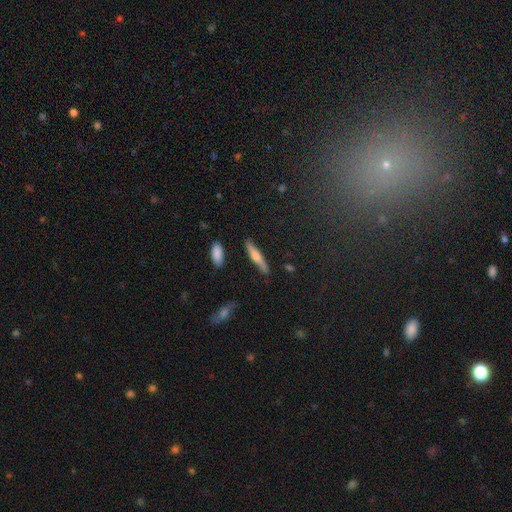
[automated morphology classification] The model was most divided on "smooth or featured": smooth: 52%, featured or disk: 41%, star or artifact: 7%. More confident: how rounded — cigar-shaped (88%); merging — none (84%).